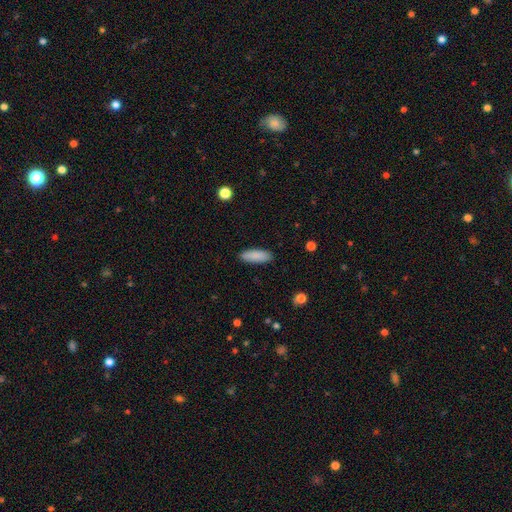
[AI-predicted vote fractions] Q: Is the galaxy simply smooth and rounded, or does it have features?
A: smooth — 88%.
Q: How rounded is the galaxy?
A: in between — 63%.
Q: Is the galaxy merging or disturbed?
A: none — 89%.